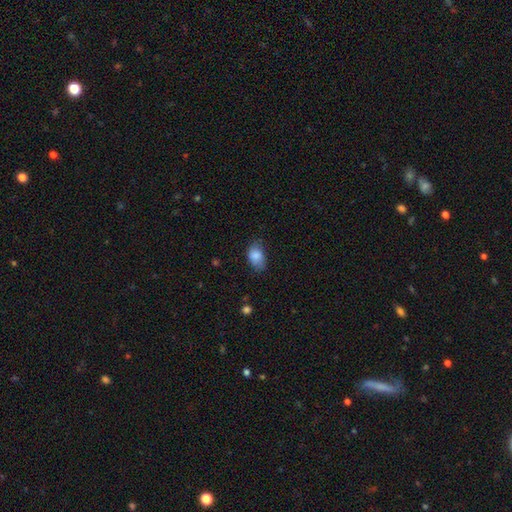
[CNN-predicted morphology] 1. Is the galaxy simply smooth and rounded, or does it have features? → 85% smooth, 8% featured or disk, 7% star or artifact.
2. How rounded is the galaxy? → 84% in between, 14% round, 1% cigar-shaped.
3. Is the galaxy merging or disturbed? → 62% none, 30% minor disturbance, 7% major disturbance, 1% merger.